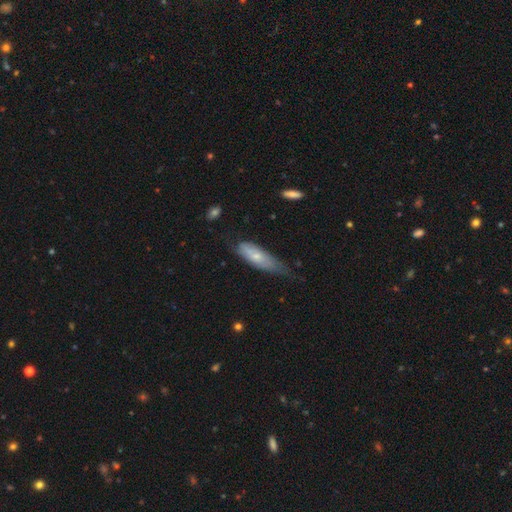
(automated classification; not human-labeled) This is likely a smooth galaxy (62%). How rounded: possibly in between (59%). Merging: marginally minor disturbance (42%).